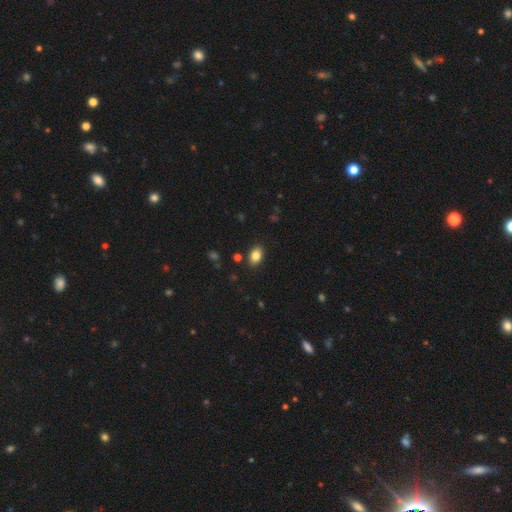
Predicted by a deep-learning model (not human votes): Q: Smooth or featured?
A: smooth (85%); runner-up: star or artifact (9%)
Q: How rounded?
A: in between (85%); runner-up: round (14%)
Q: Merging?
A: none (87%); runner-up: minor disturbance (9%)